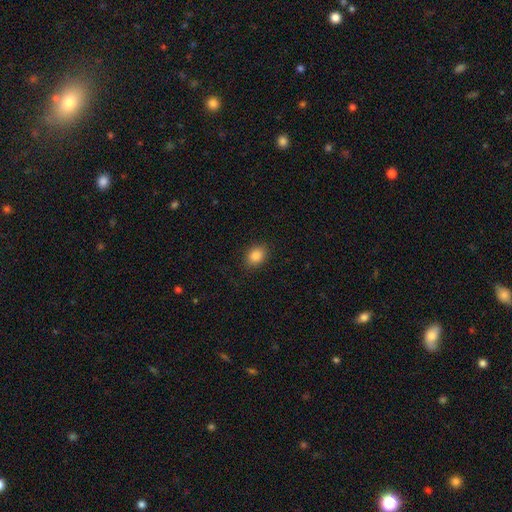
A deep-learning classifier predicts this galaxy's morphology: Smooth or featured? Predicted: smooth (p=0.86). How rounded? Predicted: in between (p=0.65). Merging? Predicted: none (p=0.87).